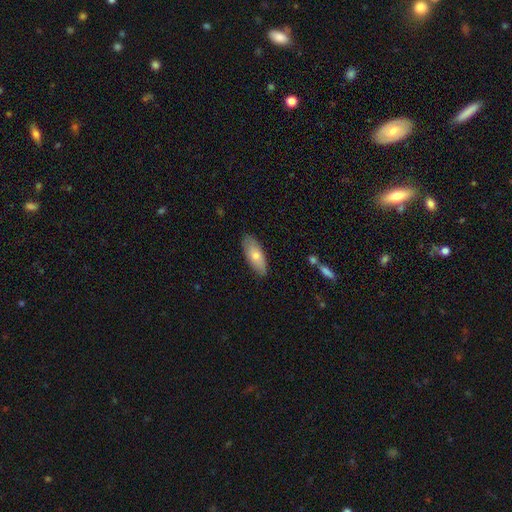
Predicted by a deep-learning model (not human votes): This appears to be a smooth galaxy with no disk features (68%) that is in between round and cigar-shaped (72%). Merging: none (85%).